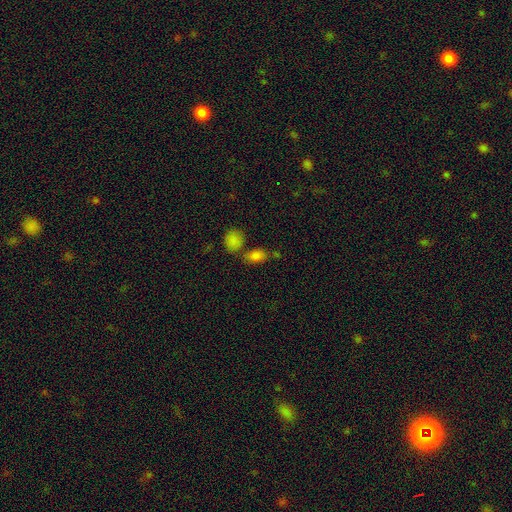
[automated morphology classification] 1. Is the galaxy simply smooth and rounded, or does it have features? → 82% smooth, 11% star or artifact, 7% featured or disk.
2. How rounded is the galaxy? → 87% in between, 10% round, 3% cigar-shaped.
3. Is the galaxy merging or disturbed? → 58% none, 24% merger, 13% minor disturbance, 5% major disturbance.